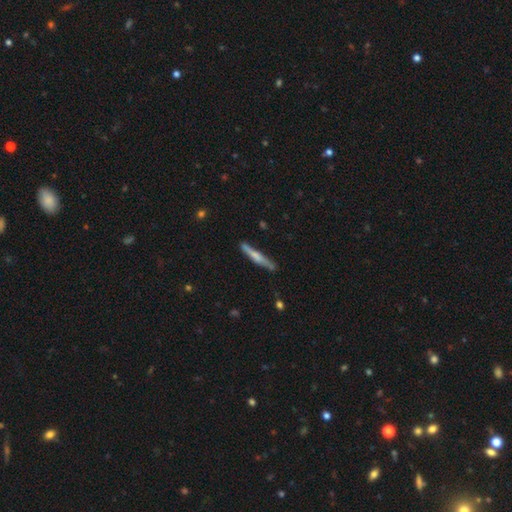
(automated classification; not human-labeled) Morphology: type=smooth (48%); merging=none (80%).